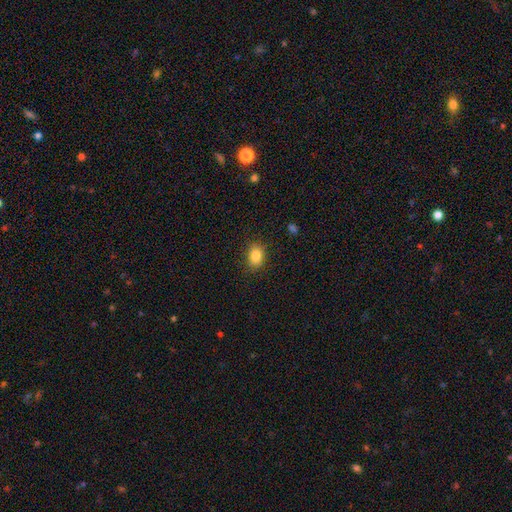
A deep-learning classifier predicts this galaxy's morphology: The model was most divided on "how rounded": in between: 63%, round: 36%, cigar-shaped: 1%. More confident: smooth or featured — smooth (85%); merging — none (85%).